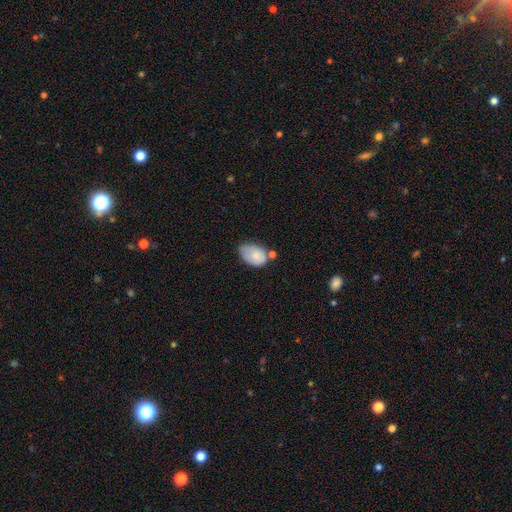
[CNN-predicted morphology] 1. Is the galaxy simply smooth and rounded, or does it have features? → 80% smooth, 13% featured or disk, 7% star or artifact.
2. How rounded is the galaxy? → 86% in between, 13% round, 1% cigar-shaped.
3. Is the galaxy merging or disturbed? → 43% none, 35% minor disturbance, 13% merger, 9% major disturbance.